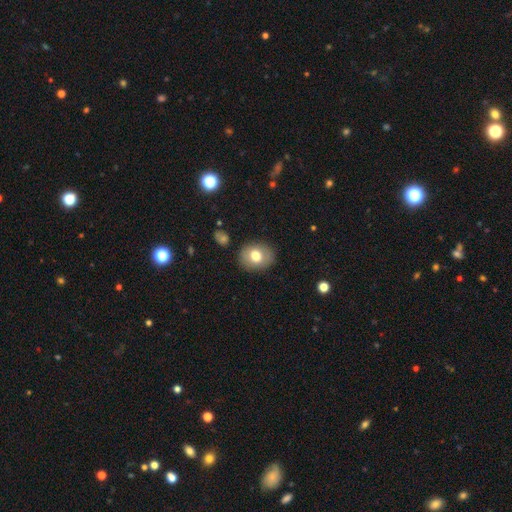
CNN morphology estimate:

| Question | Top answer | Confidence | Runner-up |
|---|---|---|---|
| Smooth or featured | smooth | 73% | featured or disk (18%) |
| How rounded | round | 55% | in between (44%) |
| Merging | none | 86% | minor disturbance (10%) |